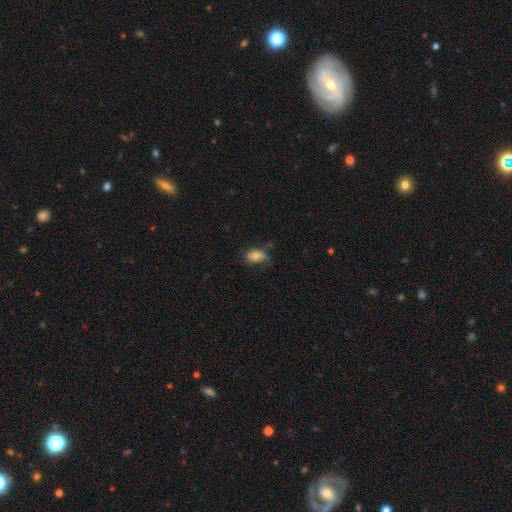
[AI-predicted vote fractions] Smooth or featured: smooth — 75% (featured or disk — 15%)
How rounded: in between — 86% (round — 12%)
Merging: none — 56% (minor disturbance — 30%)